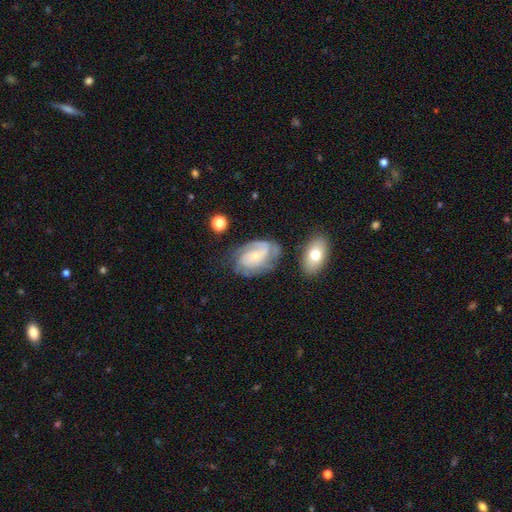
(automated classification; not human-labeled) This appears to be a featured or disk galaxy (78%) with no bar (67%), 2 (36%) tight (52%) spiral arms (92%) and a small central bulge (71%). Merging: none (57%).